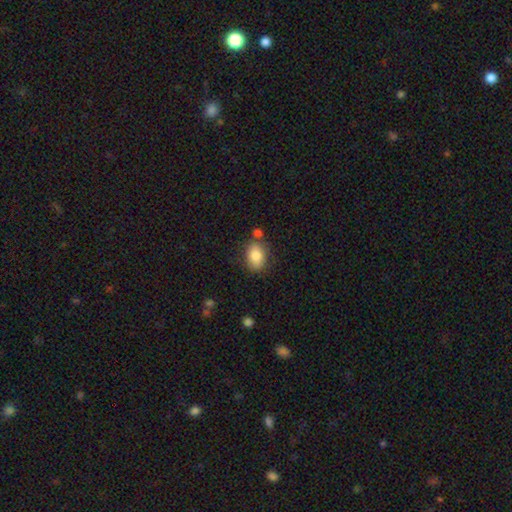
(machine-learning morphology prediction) The model was most divided on "how rounded": in between: 78%, round: 21%, cigar-shaped: 1%. More confident: smooth or featured — smooth (83%); merging — none (73%).